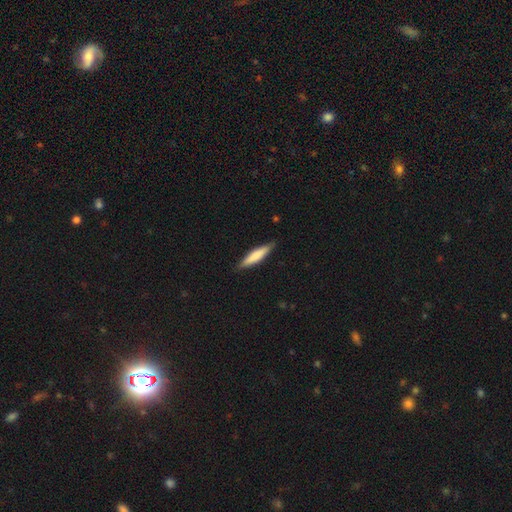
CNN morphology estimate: A smooth galaxy with no disk features (70%) that is cigar-shaped (81%). Merging: none (87%).